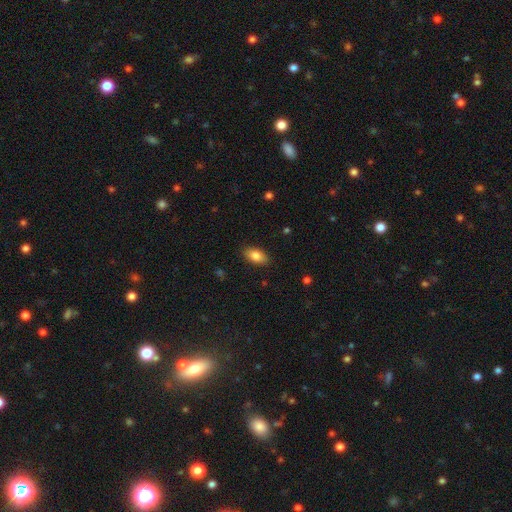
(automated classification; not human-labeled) Overall: smooth (85%). How rounded: in between (92%). Merging: none (88%).